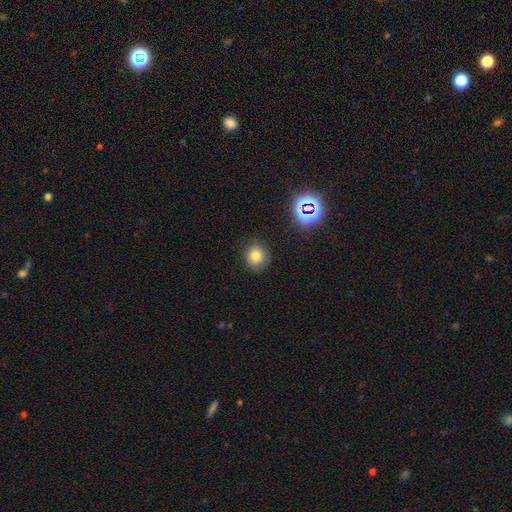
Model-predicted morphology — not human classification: smooth_or_featured: smooth (p=0.79) [alt: star or artifact p=0.15]
how_rounded: round (p=0.83) [alt: in between p=0.16]
merging: none (p=0.86) [alt: minor disturbance p=0.10]